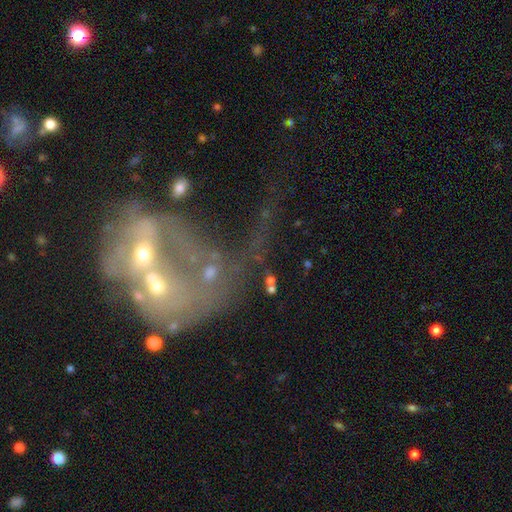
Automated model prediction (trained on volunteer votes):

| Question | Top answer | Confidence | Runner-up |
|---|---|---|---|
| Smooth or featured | featured or disk | 65% | smooth (19%) |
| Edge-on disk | no | 96% | yes (4%) |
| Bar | no | 70% | weak (21%) |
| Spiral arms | no | 60% | yes (40%) |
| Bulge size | moderate | 46% | small (39%) |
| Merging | merger | 67% | major disturbance (20%) |